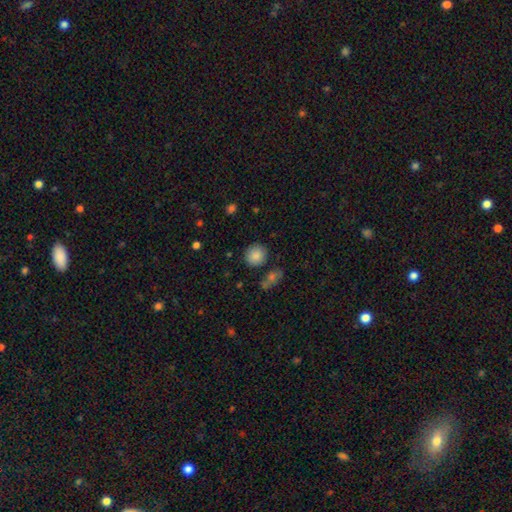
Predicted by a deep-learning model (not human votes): Smooth or featured? Predicted: smooth (p=0.86). How rounded? Predicted: round (p=0.84). Merging? Predicted: none (p=0.82).